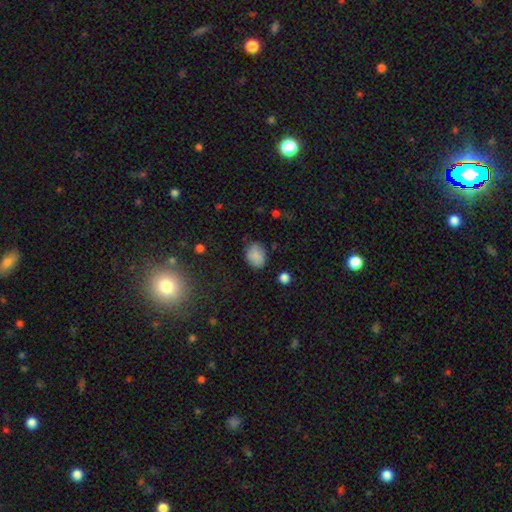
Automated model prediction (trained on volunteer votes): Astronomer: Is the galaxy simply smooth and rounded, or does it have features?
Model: smooth — 84%.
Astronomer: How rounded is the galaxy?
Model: in between — 65%.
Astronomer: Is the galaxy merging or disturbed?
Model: none — 74%.